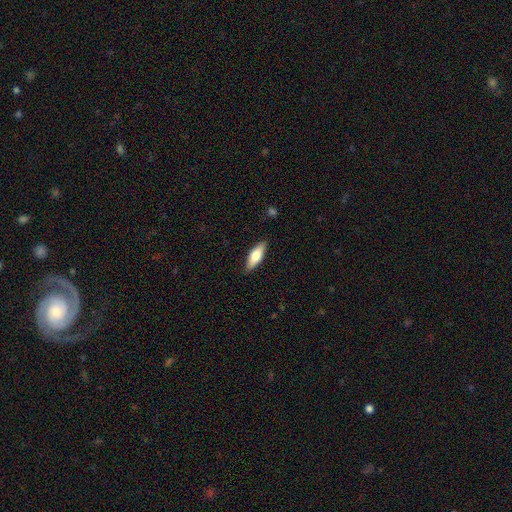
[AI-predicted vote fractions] smooth-or-featured: smooth: 68% | featured or disk: 26% | star or artifact: 6%
  how-rounded: in between: 62% | cigar-shaped: 36% | round: 2%
  merging: none: 87% | minor disturbance: 10% | major disturbance: 2% | merger: 1%